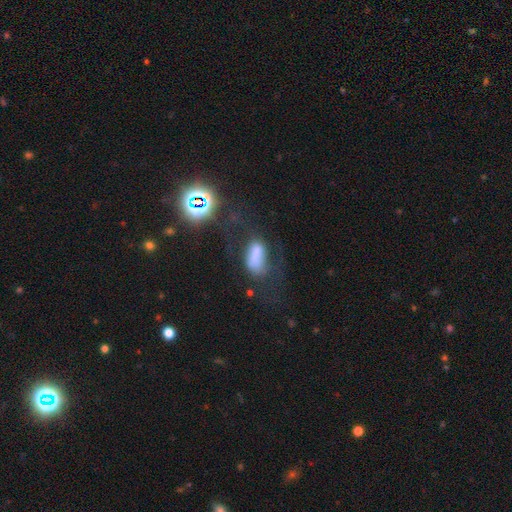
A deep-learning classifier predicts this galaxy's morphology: smooth-or-featured: smooth: 63% | featured or disk: 22% | star or artifact: 16%
  how-rounded: in between: 88% | round: 7% | cigar-shaped: 5%
  merging: major disturbance: 39% | none: 28% | minor disturbance: 23% | merger: 10%